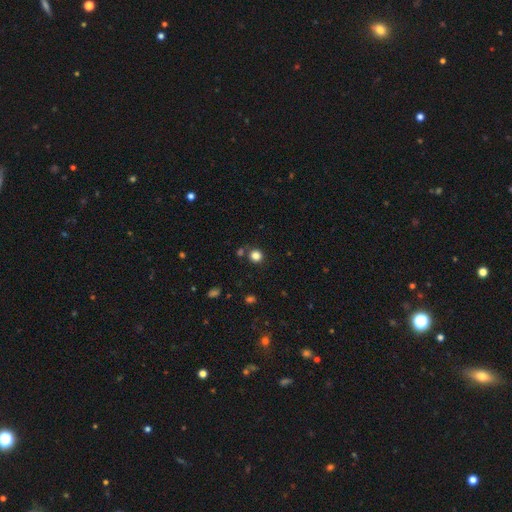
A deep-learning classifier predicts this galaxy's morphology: Q: Smooth or featured?
A: smooth (82%); runner-up: star or artifact (13%)
Q: How rounded?
A: round (90%); runner-up: in between (9%)
Q: Merging?
A: none (80%); runner-up: minor disturbance (8%)